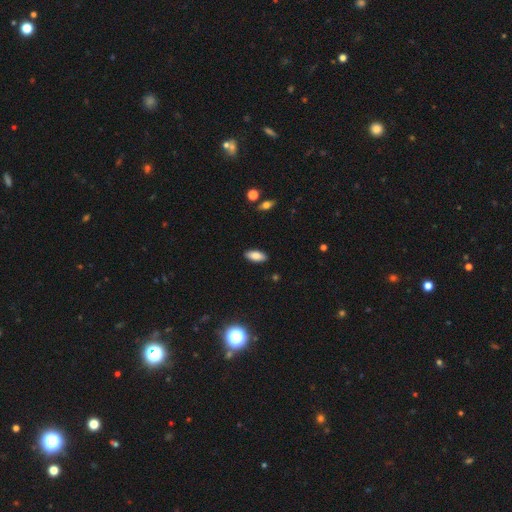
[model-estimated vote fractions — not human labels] Smooth or featured: smooth — 83% (featured or disk — 9%)
How rounded: in between — 88% (cigar-shaped — 10%)
Merging: none — 89% (minor disturbance — 8%)